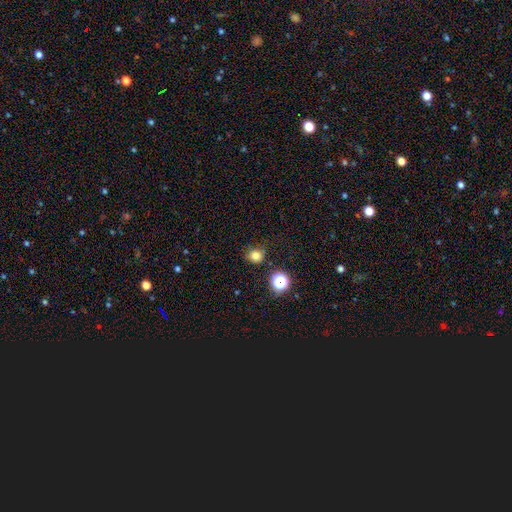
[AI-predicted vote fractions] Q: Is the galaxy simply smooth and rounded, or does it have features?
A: smooth — 78%.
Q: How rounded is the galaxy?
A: round — 82%.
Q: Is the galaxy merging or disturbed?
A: none — 79%.